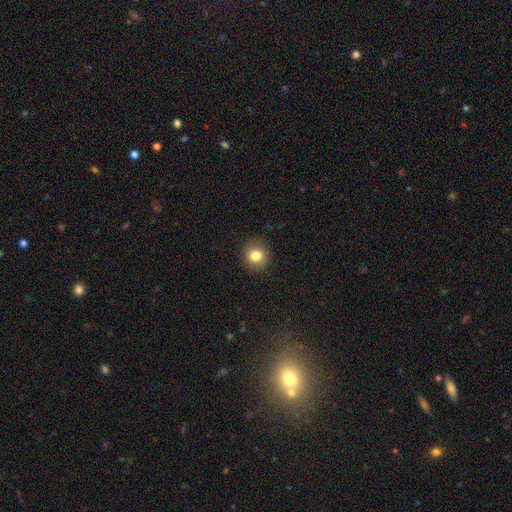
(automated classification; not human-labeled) smooth_or_featured: smooth (p=0.82) [alt: star or artifact p=0.10]
how_rounded: round (p=0.83) [alt: in between p=0.16]
merging: none (p=0.89) [alt: minor disturbance p=0.08]